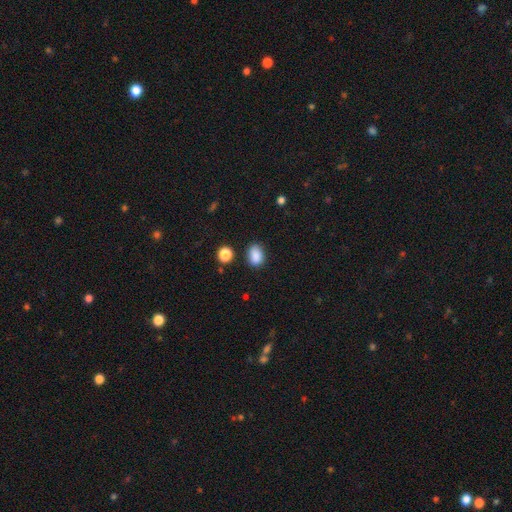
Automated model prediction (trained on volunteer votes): Smooth or featured? Predicted: smooth (p=0.87). How rounded? Predicted: in between (p=0.76). Merging? Predicted: none (p=0.78).